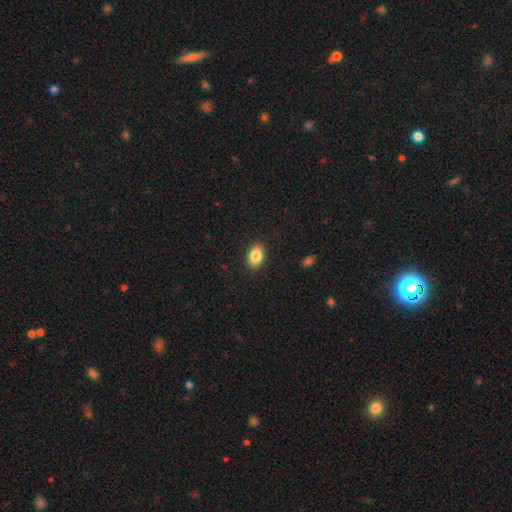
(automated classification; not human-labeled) A smooth galaxy with no disk features (86%) that is in between round and cigar-shaped (87%).

Vote fractions:
- Smooth or featured? smooth: 86% / star or artifact: 8% / featured or disk: 6%
- How rounded? in between: 87% / round: 12% / cigar-shaped: 1%
- Merging? none: 89% / minor disturbance: 8% / major disturbance: 2% / merger: 1%